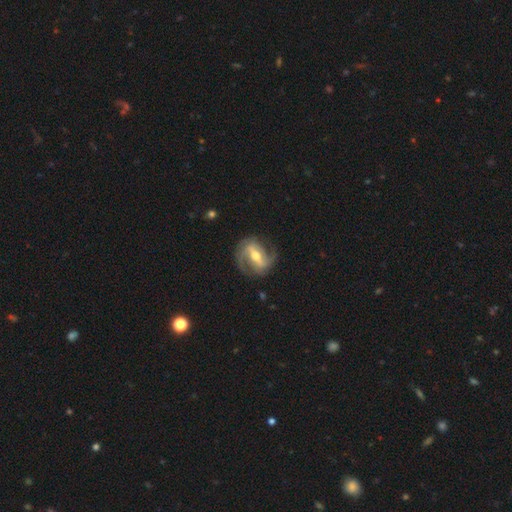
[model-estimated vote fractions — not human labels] smooth_or_featured: featured or disk (p=0.82) [alt: smooth p=0.12]
disk_edge_on: no (p=0.94) [alt: yes p=0.06]
bar: strong (p=0.57) [alt: weak p=0.31]
has_spiral_arms: yes (p=0.90) [alt: no p=0.10]
spiral_winding: medium (p=0.46) [alt: loose p=0.27]
spiral_arm_count: 2 (p=0.84) [alt: can't tell p=0.06]
bulge_size: moderate (p=0.68) [alt: small p=0.23]
merging: none (p=0.75) [alt: minor disturbance p=0.15]